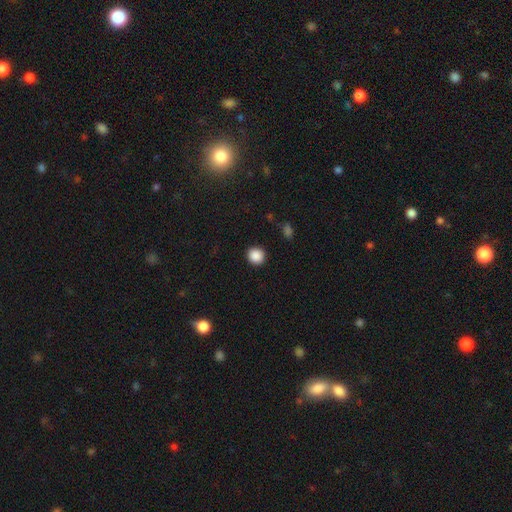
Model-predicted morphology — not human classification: Smooth or featured: smooth — 88% (star or artifact — 9%)
How rounded: round — 92% (in between — 7%)
Merging: none — 92% (minor disturbance — 5%)